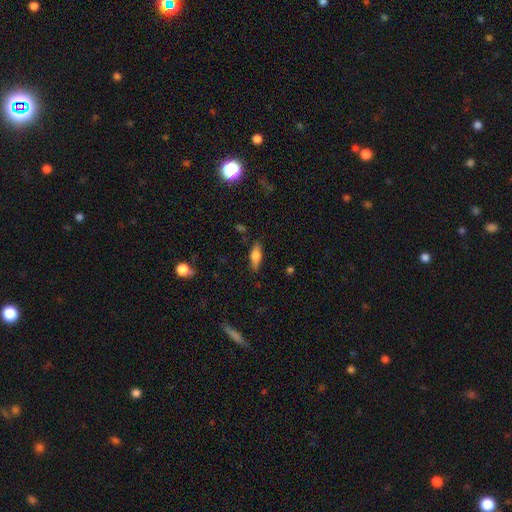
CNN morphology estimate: This appears to be a smooth galaxy with no disk features (67%) that is in between round and cigar-shaped (64%). Merging: none (83%).